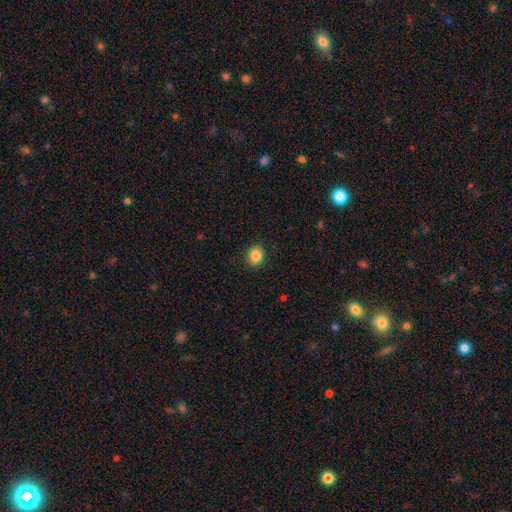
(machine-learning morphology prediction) Smooth or featured? smooth (86%)
How rounded? in between (53%)
Merging? none (88%)